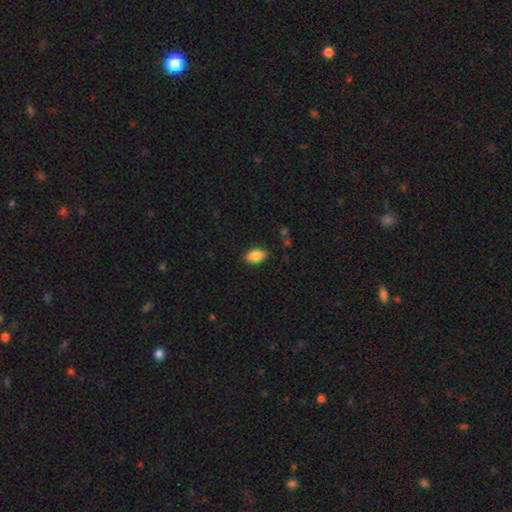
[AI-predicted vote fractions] A smooth galaxy with no disk features (84%) that is in between round and cigar-shaped (89%).

Vote fractions:
- Smooth or featured? smooth: 84% / featured or disk: 9% / star or artifact: 8%
- How rounded? in between: 89% / round: 7% / cigar-shaped: 3%
- Merging? none: 84% / minor disturbance: 12% / major disturbance: 3% / merger: 1%